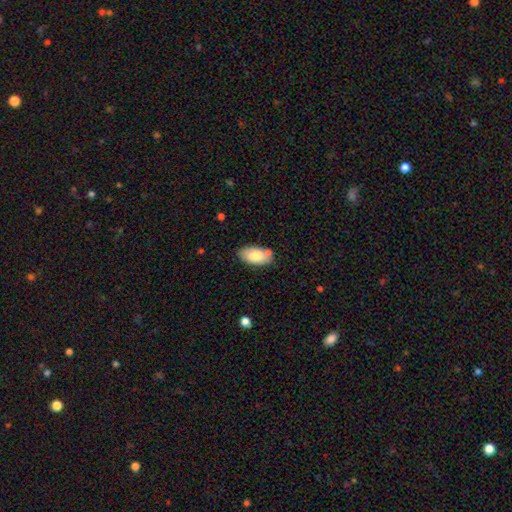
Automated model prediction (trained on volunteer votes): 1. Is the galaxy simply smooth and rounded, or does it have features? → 79% smooth, 14% featured or disk, 6% star or artifact.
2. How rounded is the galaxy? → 95% in between, 3% round, 3% cigar-shaped.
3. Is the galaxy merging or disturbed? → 74% none, 15% minor disturbance, 8% merger, 3% major disturbance.